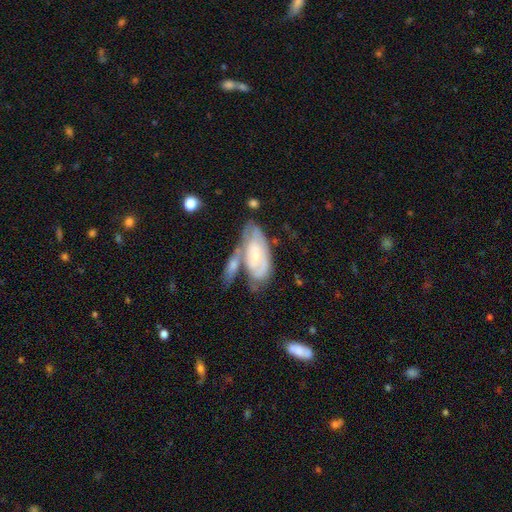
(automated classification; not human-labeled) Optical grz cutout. It shows a featured or disk galaxy (66%) with no bar (65%), spiral arms (76%) and a small central bulge (62%). Merging: none (35%).